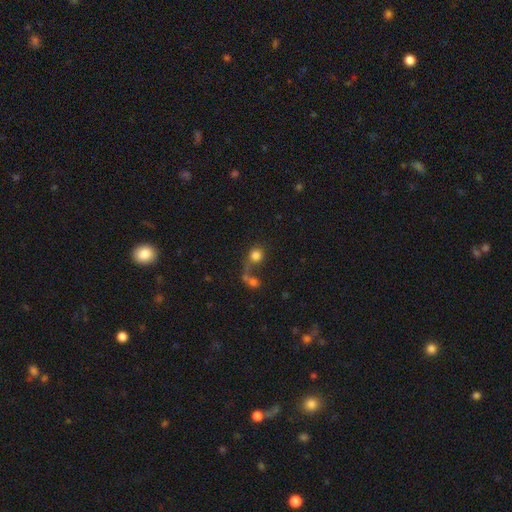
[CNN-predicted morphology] The model was most divided on "merging": merger: 37%, none: 35%, major disturbance: 17%, minor disturbance: 10%. More confident: how rounded — round (84%); smooth or featured — smooth (77%).